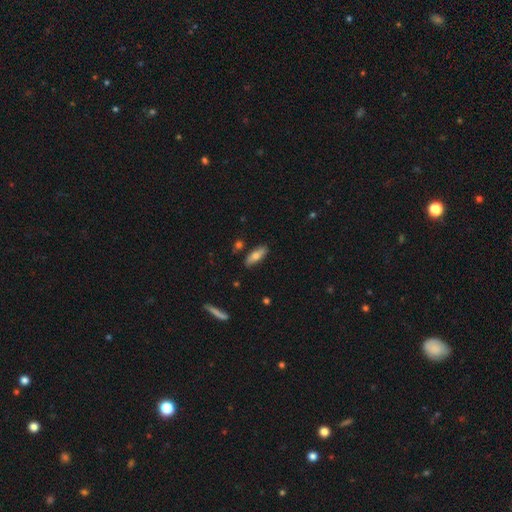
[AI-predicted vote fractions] Smooth or featured? Predicted: smooth (p=0.65). How rounded? Predicted: in between (p=0.59). Merging? Predicted: none (p=0.83).